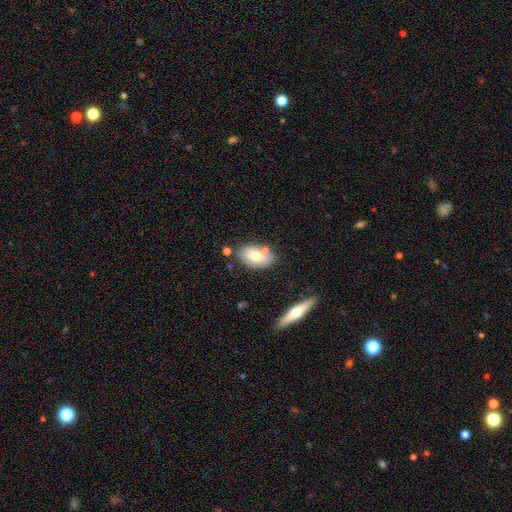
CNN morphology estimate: Q: Smooth or featured?
A: smooth (73%); runner-up: featured or disk (21%)
Q: How rounded?
A: in between (93%); runner-up: round (5%)
Q: Merging?
A: none (69%); runner-up: minor disturbance (16%)